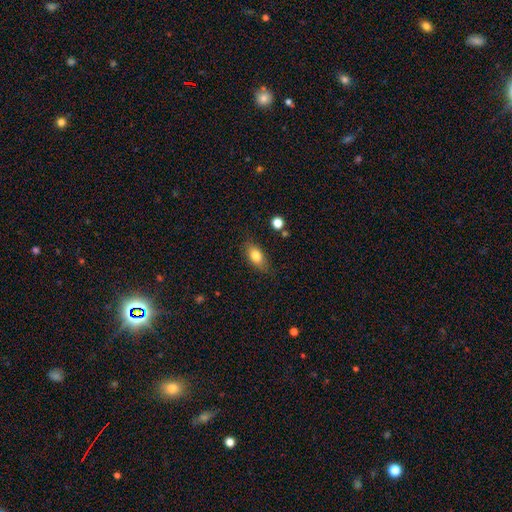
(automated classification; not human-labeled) Morphology: type=smooth (79%); roundness=in between (85%); merging=none (80%).